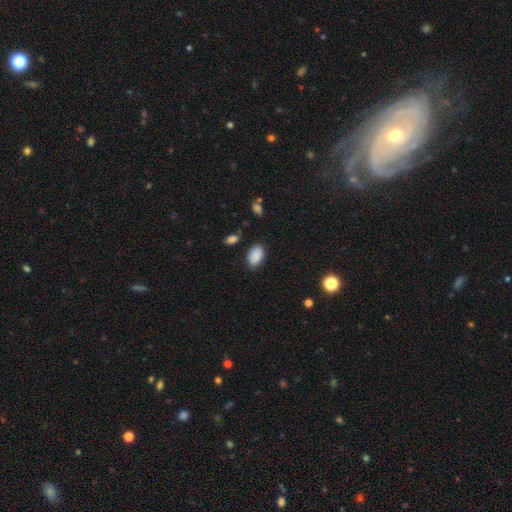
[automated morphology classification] Overall: smooth (87%). How rounded: in between (91%). Merging: none (82%).